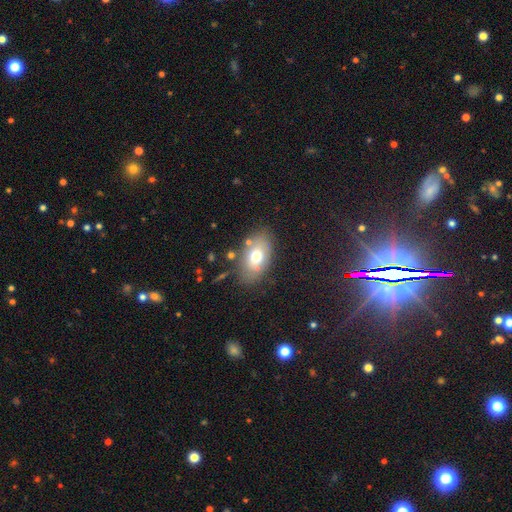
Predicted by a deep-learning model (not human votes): This is likely a smooth galaxy (62%). How rounded: clearly in between (90%). Merging: likely none (77%).